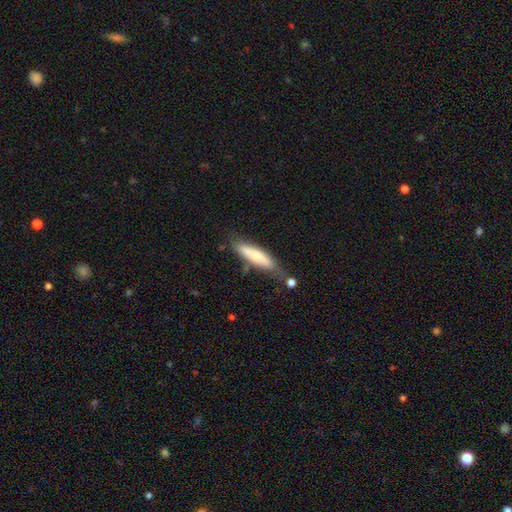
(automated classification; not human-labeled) Smooth or featured? Predicted: smooth (p=0.60). How rounded? Predicted: cigar-shaped (p=0.70). Merging? Predicted: none (p=0.62).